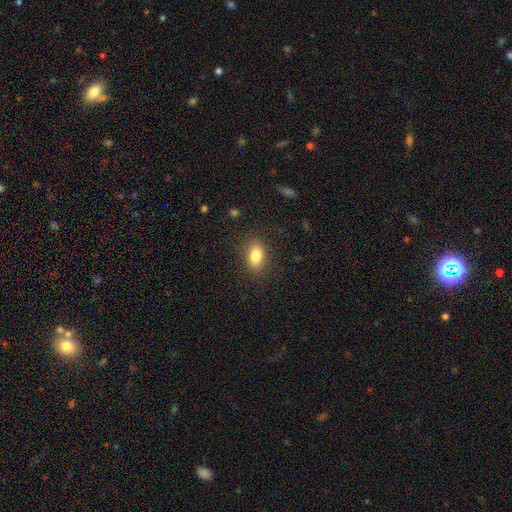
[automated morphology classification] smooth-or-featured: smooth: 83% | star or artifact: 9% | featured or disk: 8%
  how-rounded: in between: 85% | round: 13% | cigar-shaped: 2%
  merging: none: 86% | minor disturbance: 10% | major disturbance: 3% | merger: 1%